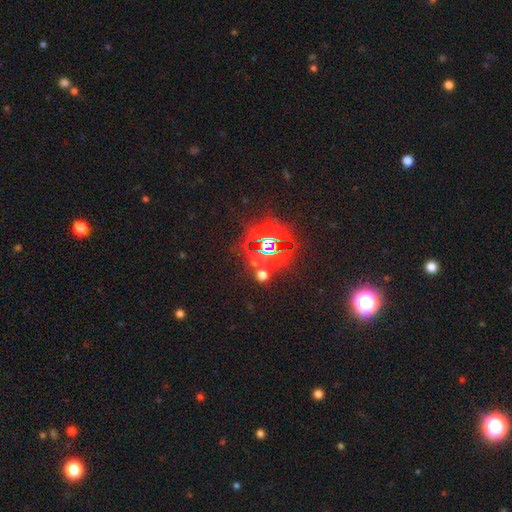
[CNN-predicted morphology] Smooth or featured: star or artifact — 85% (smooth — 10%)